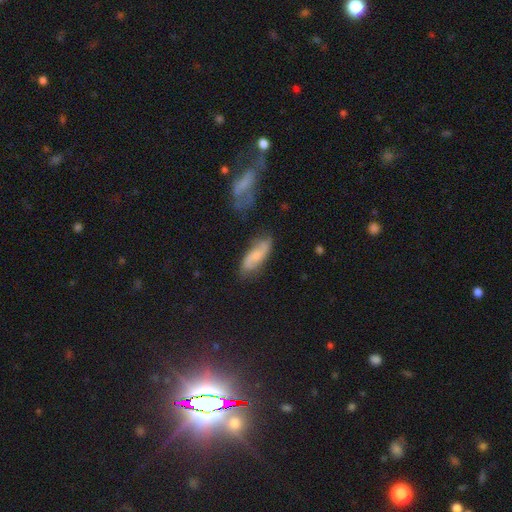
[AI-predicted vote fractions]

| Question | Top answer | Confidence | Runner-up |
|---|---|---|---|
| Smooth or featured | featured or disk | 47% | smooth (46%) |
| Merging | none | 70% | minor disturbance (20%) |